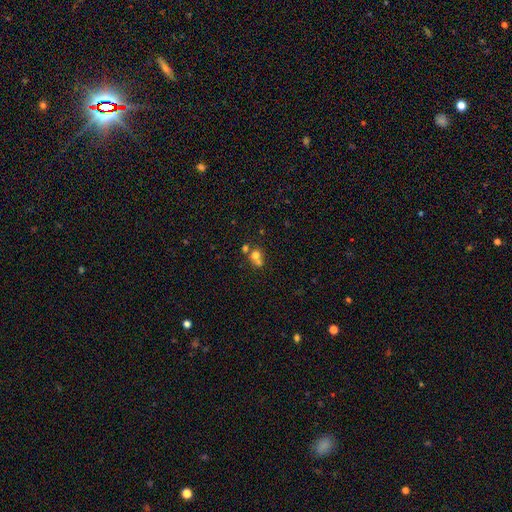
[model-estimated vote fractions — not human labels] Smooth or featured: smooth — 64% (featured or disk — 19%)
How rounded: round — 74% (in between — 25%)
Merging: merger — 54% (none — 33%)